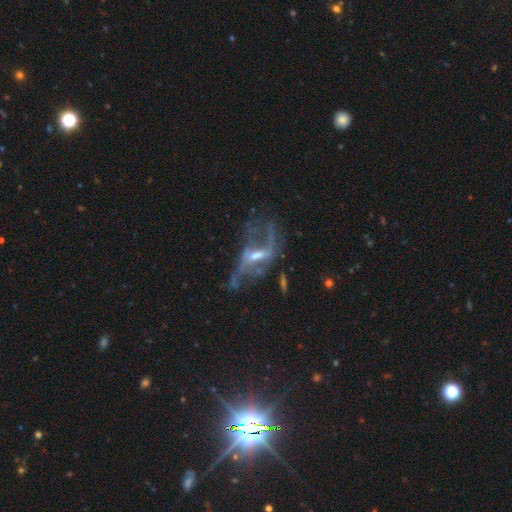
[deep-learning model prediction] This appears to be a featured or disk galaxy (78%) with a weak bar (42%), spiral arms (69%) and a moderate central bulge (46%). Merging: major disturbance (40%).